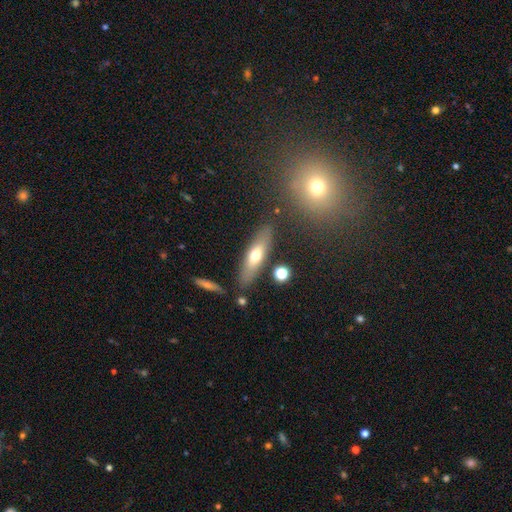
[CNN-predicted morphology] type=smooth (56%); roundness=cigar-shaped (59%); merging=none (82%).